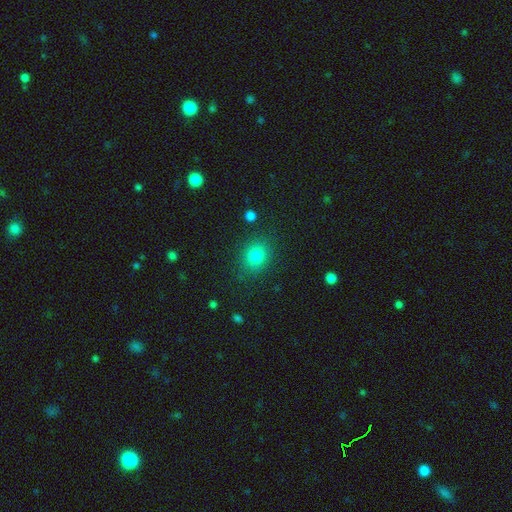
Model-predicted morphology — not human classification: type=smooth (81%); roundness=round (68%); merging=none (85%).